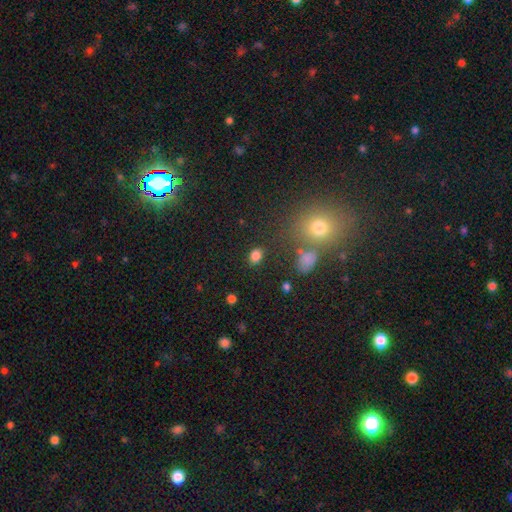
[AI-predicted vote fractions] This appears to be a smooth galaxy with no disk features (82%) that is in between round and cigar-shaped (67%). Merging: none (82%).